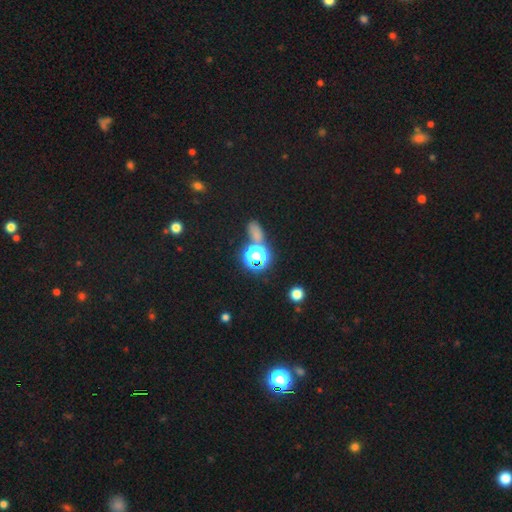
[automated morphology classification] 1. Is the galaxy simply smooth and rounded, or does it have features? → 58% star or artifact, 33% smooth, 9% featured or disk.